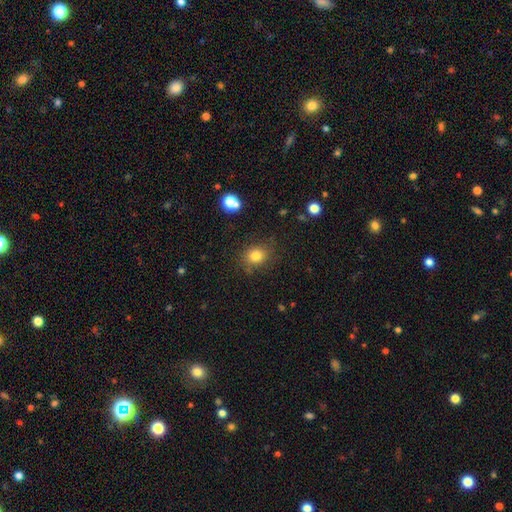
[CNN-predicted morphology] type=smooth (81%); roundness=round (70%); merging=none (81%).